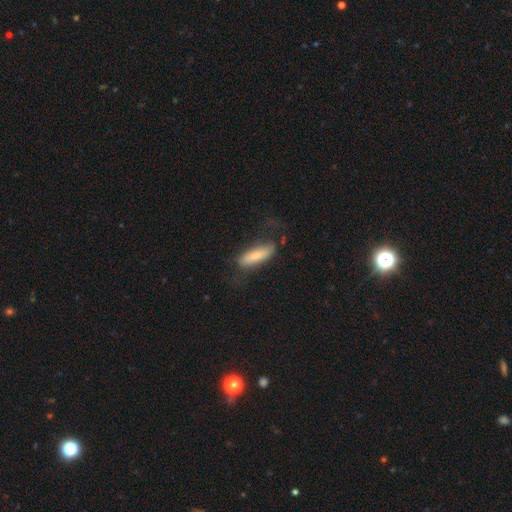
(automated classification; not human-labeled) Smooth or featured? smooth (71%)
How rounded? in between (53%)
Merging? none (61%)